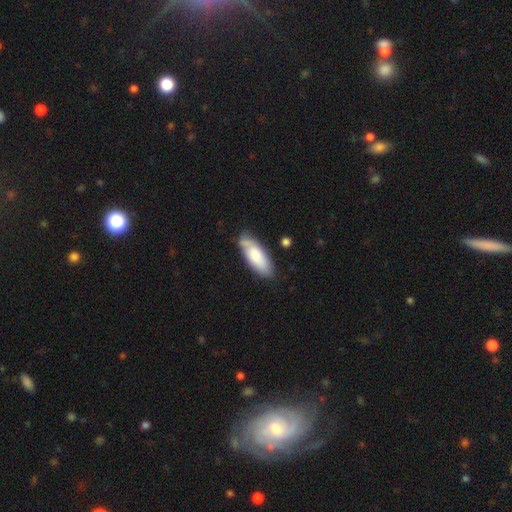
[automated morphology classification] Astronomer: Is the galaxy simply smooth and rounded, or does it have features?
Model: smooth — 73%.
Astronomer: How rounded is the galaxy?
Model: in between — 73%.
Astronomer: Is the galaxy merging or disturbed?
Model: none — 70%.